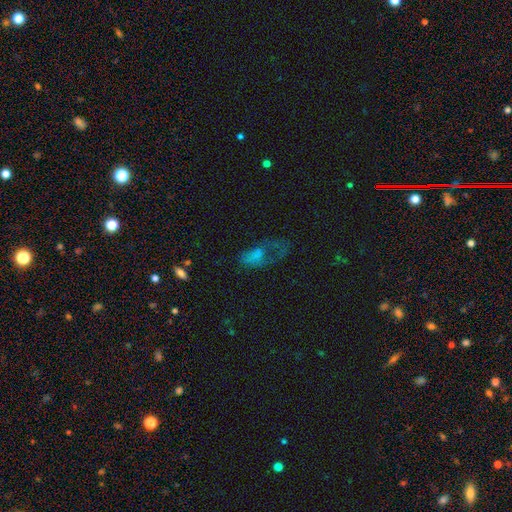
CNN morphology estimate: Smooth or featured?
  - smooth: 54% *
  - featured or disk: 28%
  - star or artifact: 18%
How rounded?
  - in between: 87% *
  - round: 8%
  - cigar-shaped: 5%
Merging?
  - major disturbance: 53% *
  - none: 21%
  - minor disturbance: 16%
  - merger: 10%